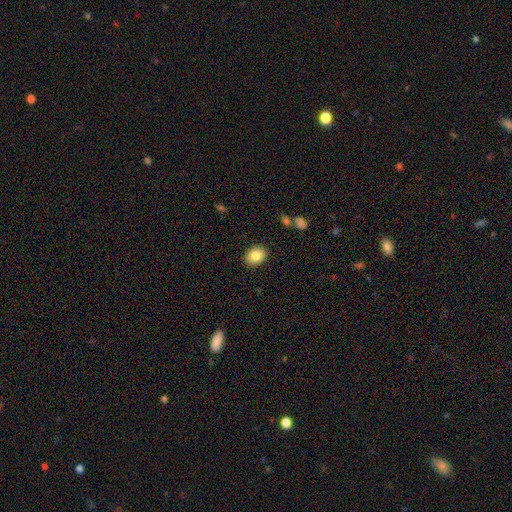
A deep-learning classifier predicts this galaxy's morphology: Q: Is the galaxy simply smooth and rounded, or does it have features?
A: smooth — 85%.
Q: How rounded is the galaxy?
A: in between — 66%.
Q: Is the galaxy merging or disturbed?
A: none — 88%.